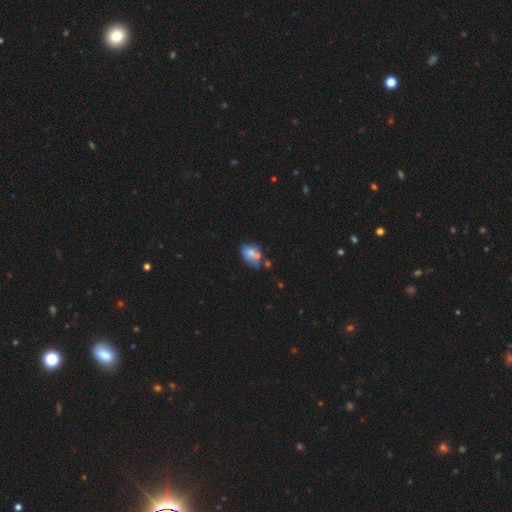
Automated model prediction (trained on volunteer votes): smooth_or_featured: smooth (p=0.61) [alt: featured or disk p=0.27]
how_rounded: in between (p=0.76) [alt: round p=0.23]
merging: none (p=0.40) [alt: merger p=0.29]